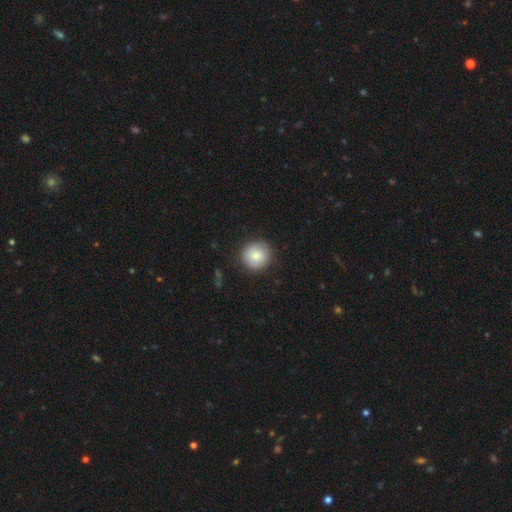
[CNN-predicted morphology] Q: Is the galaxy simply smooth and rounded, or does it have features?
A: smooth — 77%.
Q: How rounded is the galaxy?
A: round — 94%.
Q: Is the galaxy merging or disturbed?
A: none — 87%.